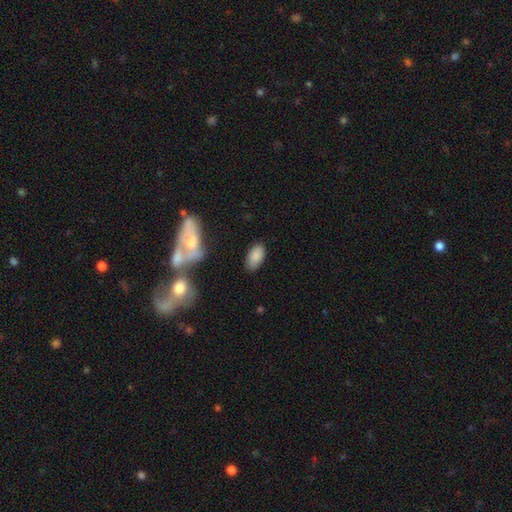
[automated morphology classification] smooth_or_featured: smooth (p=0.86) [alt: star or artifact p=0.08]
how_rounded: in between (p=0.94) [alt: round p=0.04]
merging: none (p=0.81) [alt: minor disturbance p=0.13]